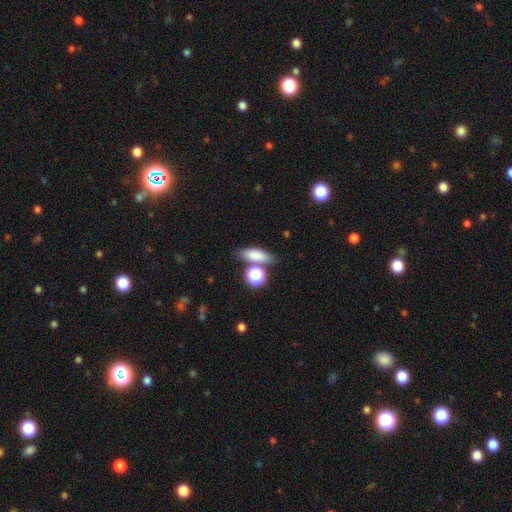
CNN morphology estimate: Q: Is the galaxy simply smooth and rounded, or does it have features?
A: smooth — 79%.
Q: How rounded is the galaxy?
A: in between — 60%.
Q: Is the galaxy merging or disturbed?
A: none — 66%.